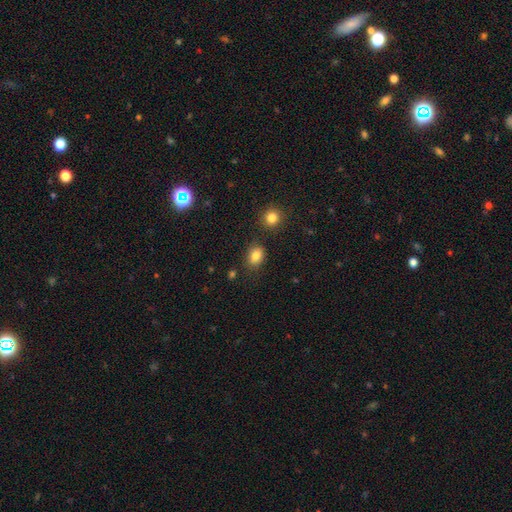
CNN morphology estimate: smooth 83%, star or artifact 11%, featured or disk 7%. Down the decision tree: how rounded — in between (64%); merging — none (80%).